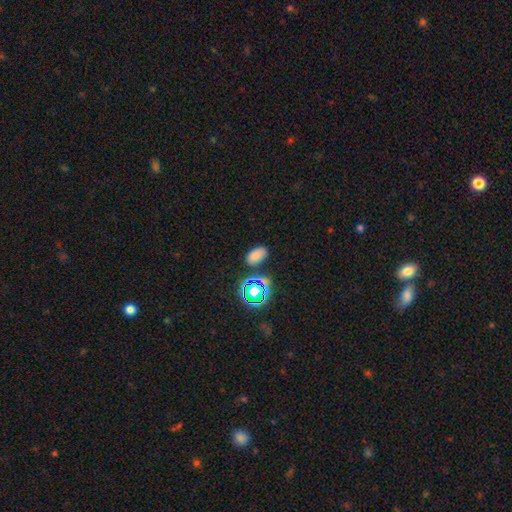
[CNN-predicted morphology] Q: Smooth or featured?
A: smooth (73%); runner-up: star or artifact (21%)
Q: How rounded?
A: in between (91%); runner-up: round (7%)
Q: Merging?
A: none (81%); runner-up: minor disturbance (11%)